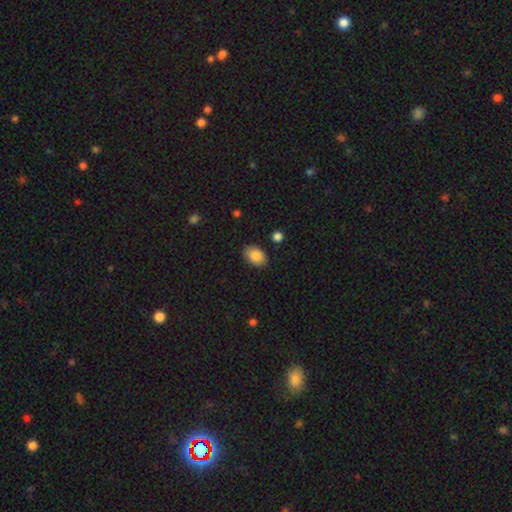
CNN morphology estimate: type=smooth (86%); roundness=in between (83%); merging=none (85%).